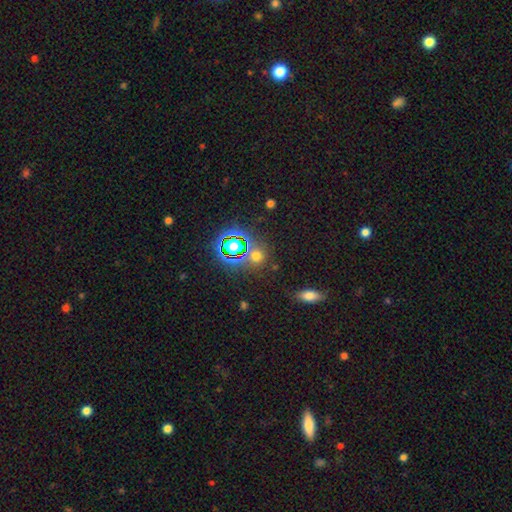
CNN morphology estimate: Smooth or featured: smooth — 52% (star or artifact — 40%)
How rounded: round — 85% (in between — 13%)
Merging: none — 76% (merger — 10%)